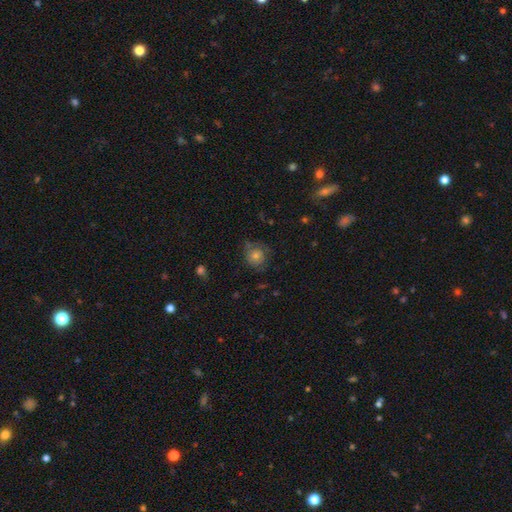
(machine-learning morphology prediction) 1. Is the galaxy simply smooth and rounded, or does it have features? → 55% smooth, 30% featured or disk, 15% star or artifact.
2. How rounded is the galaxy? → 84% round, 15% in between, 1% cigar-shaped.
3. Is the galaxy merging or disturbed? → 67% none, 21% minor disturbance, 10% major disturbance, 2% merger.